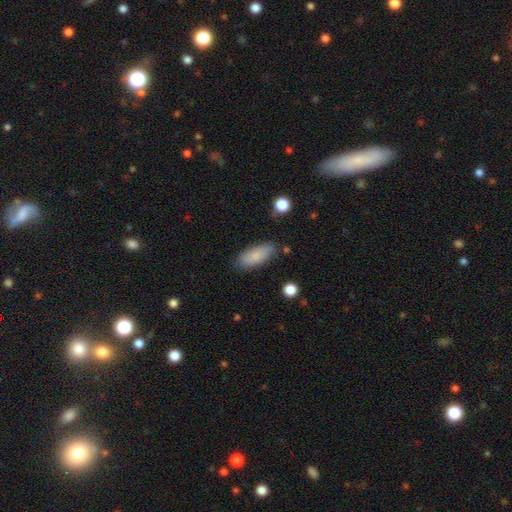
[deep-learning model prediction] Morphology: type=smooth (82%); roundness=in between (79%); merging=none (79%).